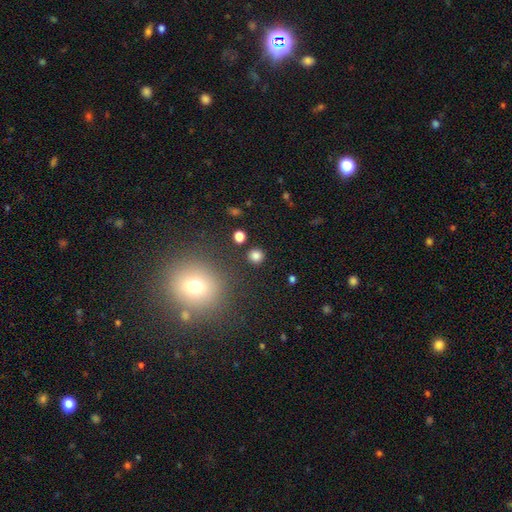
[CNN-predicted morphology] This is clearly a smooth galaxy (81%). How rounded: clearly round (89%). Merging: clearly none (88%).